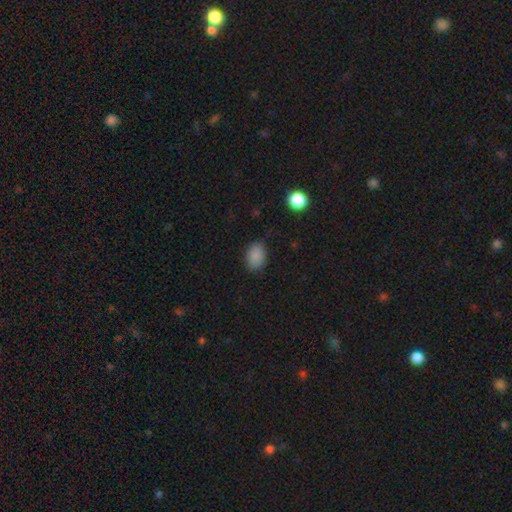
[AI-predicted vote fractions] smooth-or-featured: smooth: 87% | star or artifact: 10% | featured or disk: 4%
  how-rounded: in between: 78% | round: 21% | cigar-shaped: 1%
  merging: none: 80% | minor disturbance: 15% | major disturbance: 3% | merger: 1%